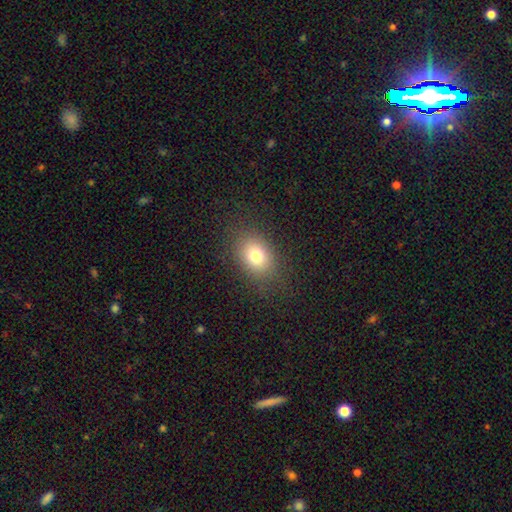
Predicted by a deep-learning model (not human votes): smooth-or-featured: smooth: 77% | star or artifact: 12% | featured or disk: 11%
  how-rounded: in between: 64% | round: 34% | cigar-shaped: 1%
  merging: none: 83% | minor disturbance: 10% | major disturbance: 5% | merger: 1%